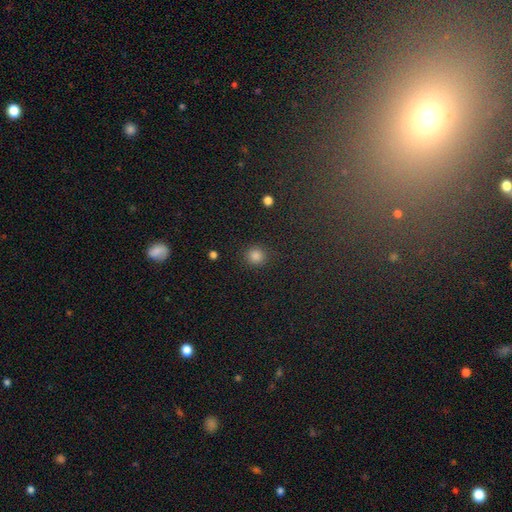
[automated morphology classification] A smooth galaxy with no disk features (84%) that is round (90%).

Vote fractions:
- Smooth or featured? smooth: 84% / star or artifact: 12% / featured or disk: 4%
- How rounded? round: 90% / in between: 9% / cigar-shaped: 1%
- Merging? none: 88% / minor disturbance: 7% / major disturbance: 3% / merger: 2%